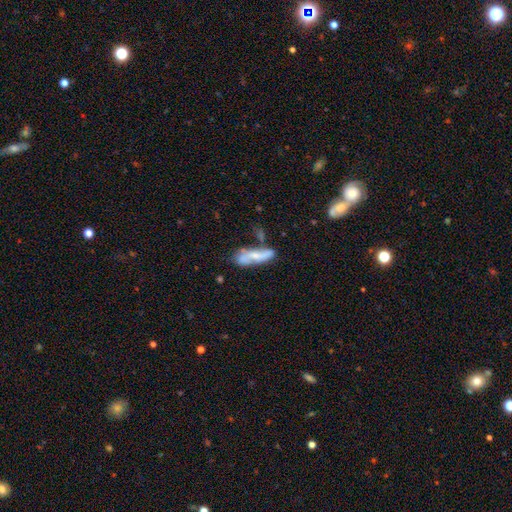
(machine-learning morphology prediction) Smooth or featured: smooth — 48% (featured or disk — 44%)
Merging: none — 40% (minor disturbance — 24%)